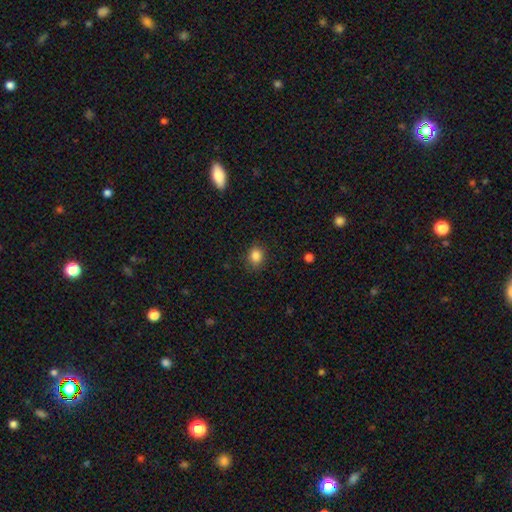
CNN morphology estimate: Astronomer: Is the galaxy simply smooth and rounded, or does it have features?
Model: smooth — 85%.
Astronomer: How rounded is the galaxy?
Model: round — 53% (runner-up: in between, 46%).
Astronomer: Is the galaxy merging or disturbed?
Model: none — 85%.